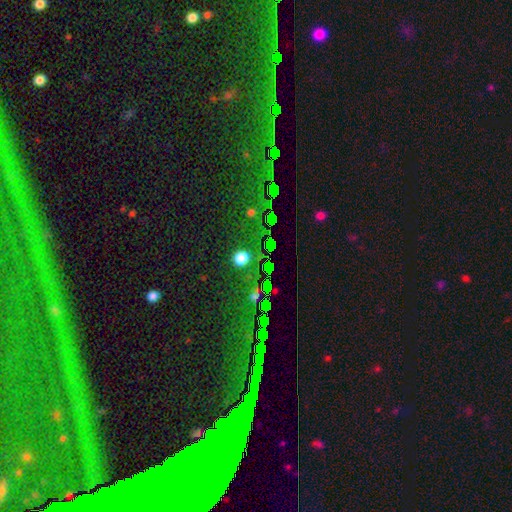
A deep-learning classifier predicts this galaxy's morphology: Smooth or featured: star or artifact — 81% (featured or disk — 10%)